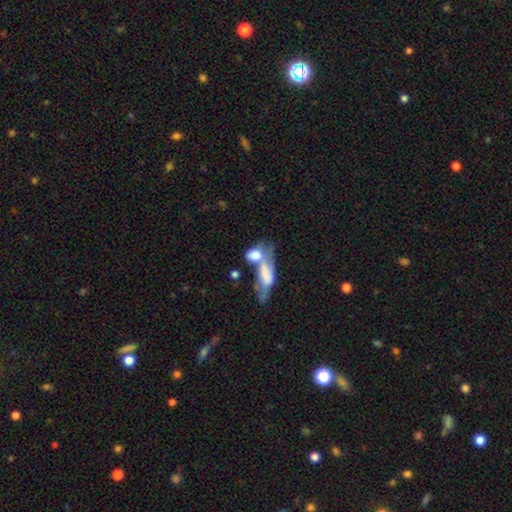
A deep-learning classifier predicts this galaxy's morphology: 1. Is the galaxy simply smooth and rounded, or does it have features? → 67% smooth, 25% featured or disk, 8% star or artifact.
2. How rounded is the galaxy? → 81% in between, 11% cigar-shaped, 8% round.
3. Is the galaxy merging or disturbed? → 69% merger, 13% none, 10% major disturbance, 8% minor disturbance.